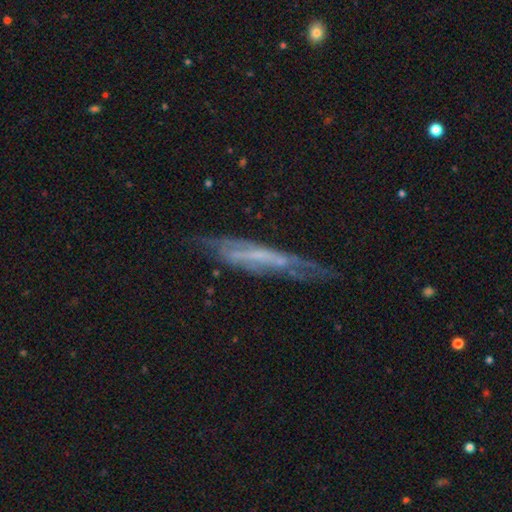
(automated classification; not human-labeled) Smooth or featured?
  - featured or disk: 68% *
  - smooth: 23%
  - star or artifact: 9%
Edge-on disk?
  - yes: 61% *
  - no: 39%
Merging?
  - none: 55% *
  - minor disturbance: 26%
  - major disturbance: 16%
  - merger: 3%